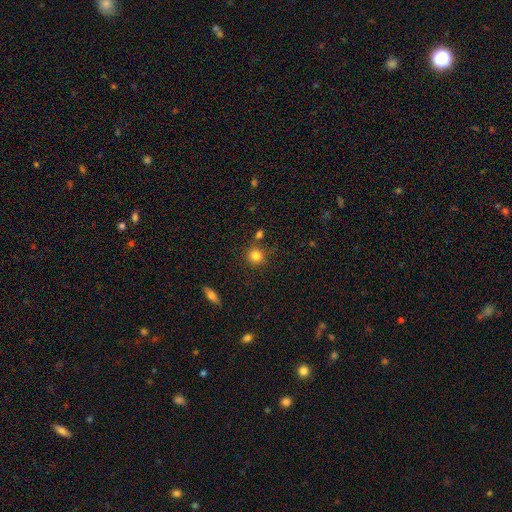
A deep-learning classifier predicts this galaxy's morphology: smooth 82%, star or artifact 11%, featured or disk 7%. Down the decision tree: how rounded — round (90%); merging — none (80%).